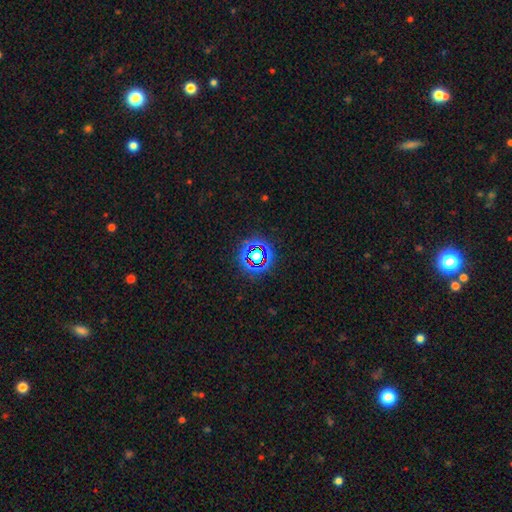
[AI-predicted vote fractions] This appears to be a star or artifact, not a galaxy (67%).